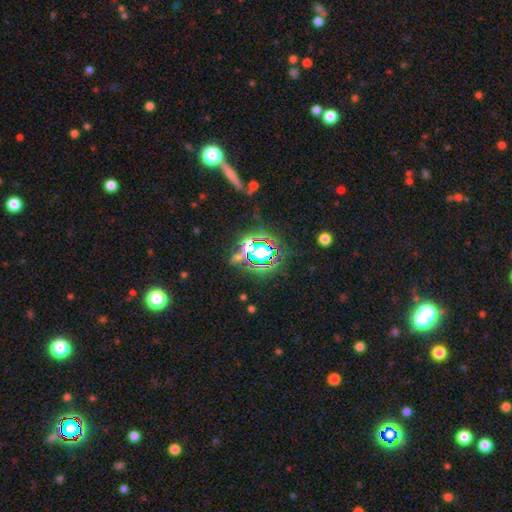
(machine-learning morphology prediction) Smooth or featured? star or artifact (76%)